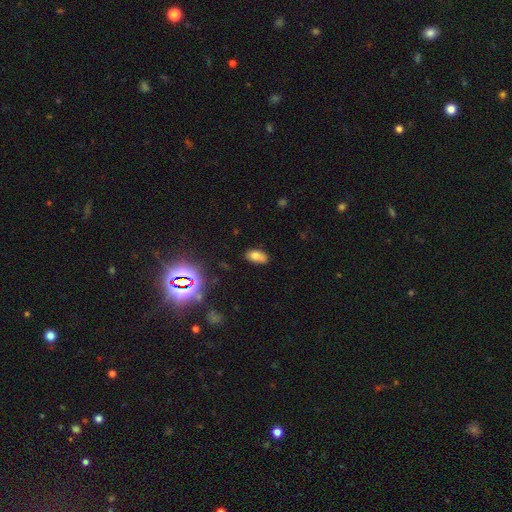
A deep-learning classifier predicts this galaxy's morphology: This appears to be a smooth galaxy with no disk features (70%) that is in between round and cigar-shaped (91%). Merging: none (72%).